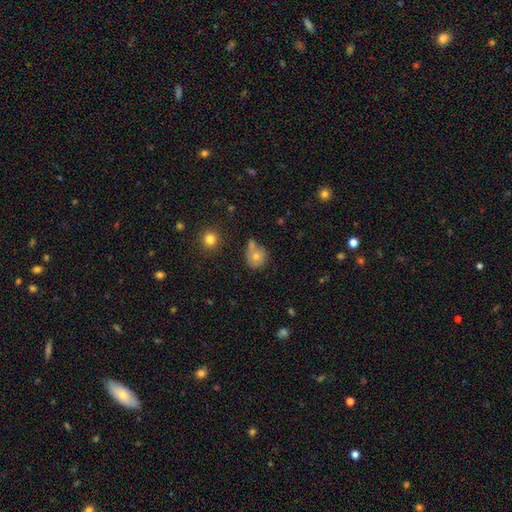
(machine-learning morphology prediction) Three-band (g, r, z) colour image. It shows a smooth galaxy with no disk features (73%) that is round (81%). Merging: none (53%).